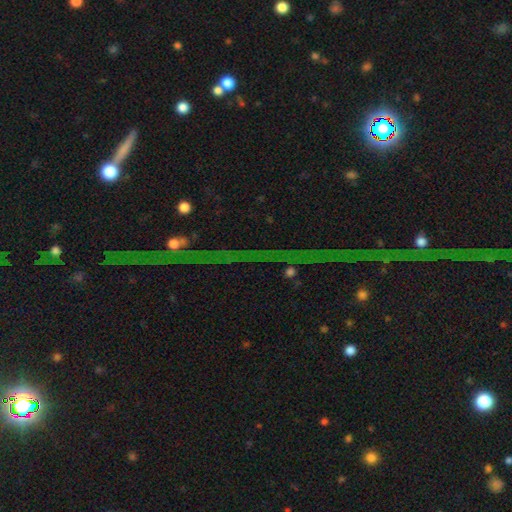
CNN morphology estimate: This appears to be a star or artifact, not a galaxy (78%).